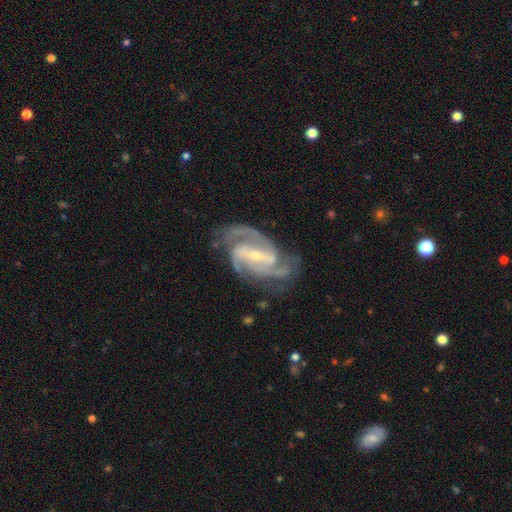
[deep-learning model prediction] Smooth or featured? Predicted: featured or disk (p=0.93). Edge-on disk? Predicted: no (p=0.97). Bar? Predicted: strong (p=0.58). Spiral arms? Predicted: yes (p=0.98). Spiral winding? Predicted: medium (p=0.53). Spiral arm count? Predicted: 2 (p=0.42). Bulge size? Predicted: small (p=0.72). Merging? Predicted: none (p=0.74).